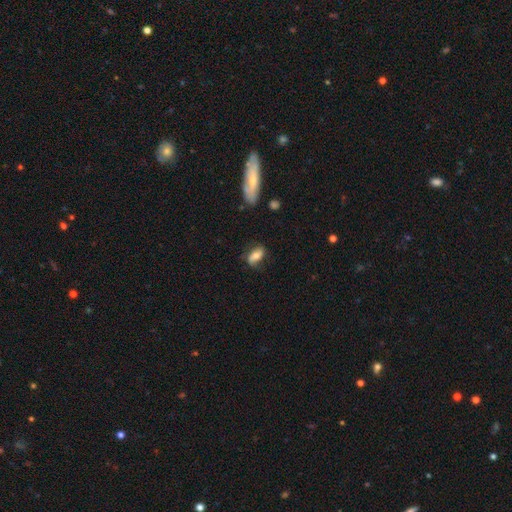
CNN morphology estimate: Smooth or featured?
  - smooth: 58% *
  - featured or disk: 34%
  - star or artifact: 8%
How rounded?
  - in between: 85% *
  - cigar-shaped: 8%
  - round: 6%
Merging?
  - none: 67% *
  - minor disturbance: 23%
  - major disturbance: 8%
  - merger: 2%